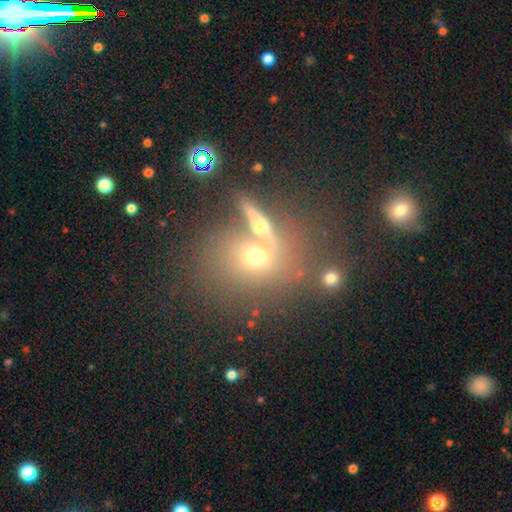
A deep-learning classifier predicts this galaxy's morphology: Overall: smooth (54%; featured or disk 32%). How rounded: round (60%; in between 35%). Merging: none (43%; merger 40%).